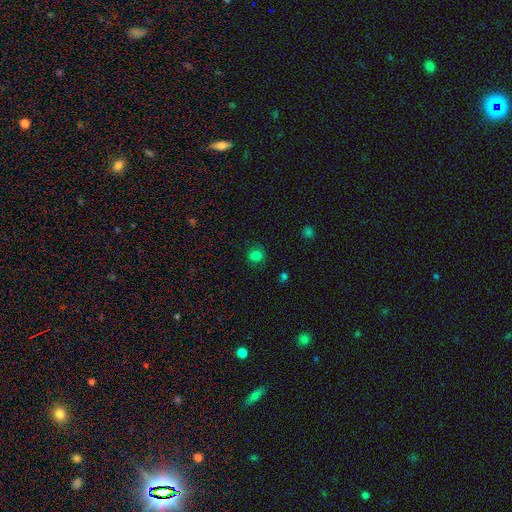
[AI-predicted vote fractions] A smooth galaxy with no disk features (79%) that is round (77%).

Vote fractions:
- Smooth or featured? smooth: 79% / star or artifact: 17% / featured or disk: 4%
- How rounded? round: 77% / in between: 22% / cigar-shaped: 1%
- Merging? none: 83% / minor disturbance: 12% / major disturbance: 3% / merger: 1%